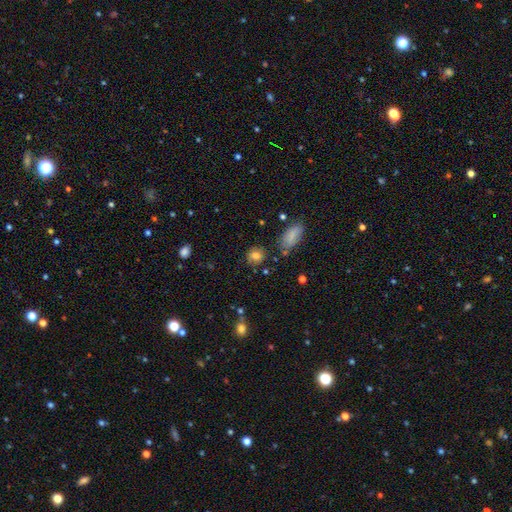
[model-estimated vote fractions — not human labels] A smooth galaxy with no disk features (76%) that is round (69%). Merging: none (76%).